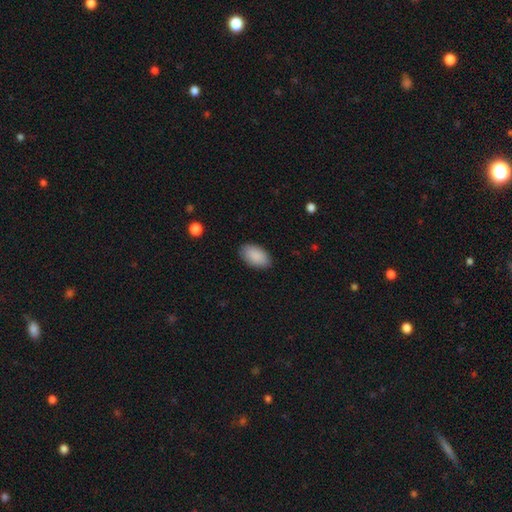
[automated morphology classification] Q: Smooth or featured?
A: smooth (90%); runner-up: star or artifact (6%)
Q: How rounded?
A: in between (95%); runner-up: round (4%)
Q: Merging?
A: none (86%); runner-up: minor disturbance (11%)